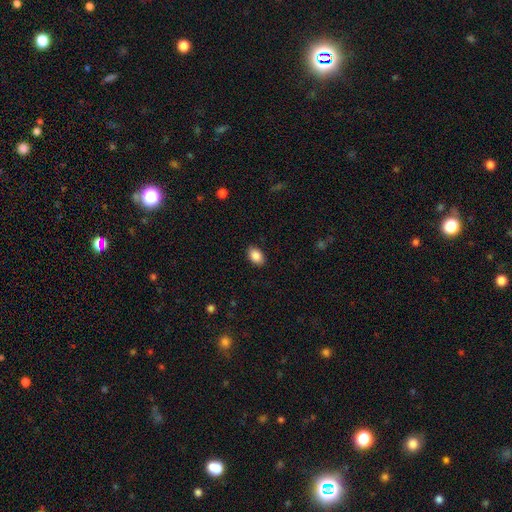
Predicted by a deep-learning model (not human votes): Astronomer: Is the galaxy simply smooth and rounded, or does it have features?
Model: smooth — 89%.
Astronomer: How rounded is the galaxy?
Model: in between — 89%.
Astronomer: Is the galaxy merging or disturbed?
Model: none — 89%.